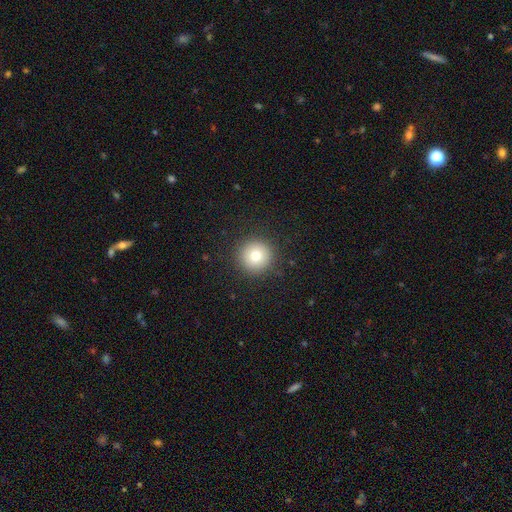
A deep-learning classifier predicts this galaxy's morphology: This is likely a smooth galaxy (78%). How rounded: clearly round (96%). Merging: clearly none (91%).